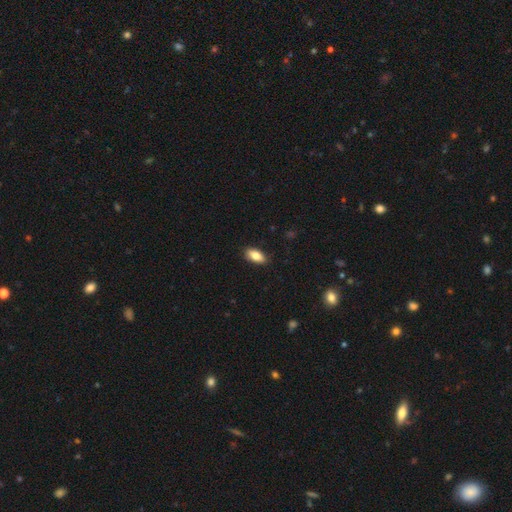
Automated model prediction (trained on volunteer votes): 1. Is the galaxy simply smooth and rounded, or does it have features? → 82% smooth, 11% featured or disk, 7% star or artifact.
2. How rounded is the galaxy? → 89% in between, 7% cigar-shaped, 4% round.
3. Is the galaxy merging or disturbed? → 86% none, 11% minor disturbance, 2% major disturbance, 1% merger.